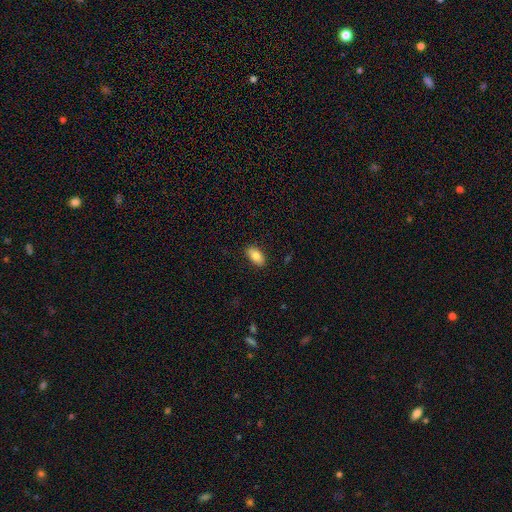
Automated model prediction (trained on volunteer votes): Smooth or featured?
  - smooth: 83% *
  - featured or disk: 10%
  - star or artifact: 7%
How rounded?
  - in between: 92% *
  - cigar-shaped: 4%
  - round: 4%
Merging?
  - none: 89% *
  - minor disturbance: 8%
  - major disturbance: 2%
  - merger: 1%